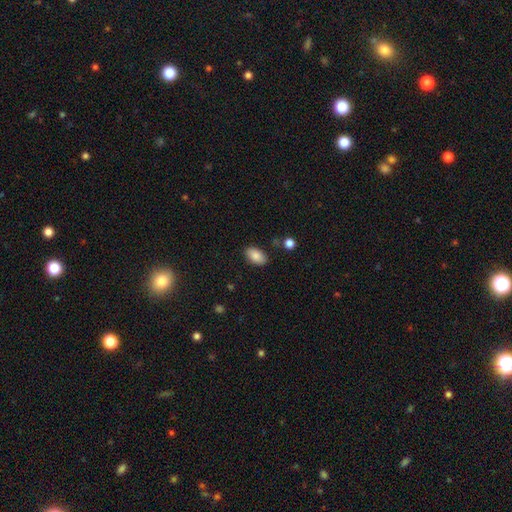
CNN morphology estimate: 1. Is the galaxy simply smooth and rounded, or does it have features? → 86% smooth, 8% star or artifact, 6% featured or disk.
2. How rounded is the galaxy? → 92% in between, 6% round, 2% cigar-shaped.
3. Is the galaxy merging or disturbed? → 84% none, 11% minor disturbance, 3% major disturbance, 2% merger.